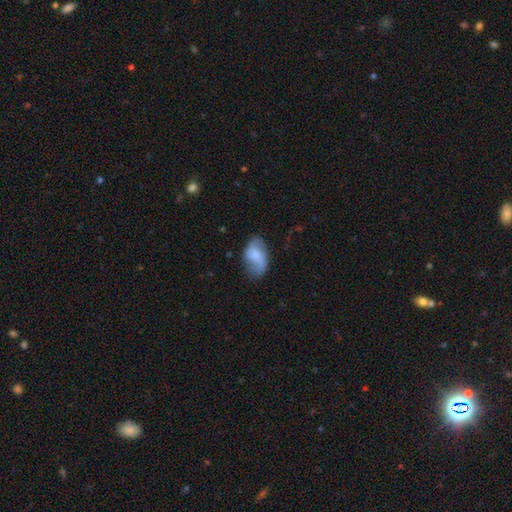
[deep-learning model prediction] This is possibly a smooth galaxy (57%). How rounded: clearly in between (91%). Merging: possibly none (59%).